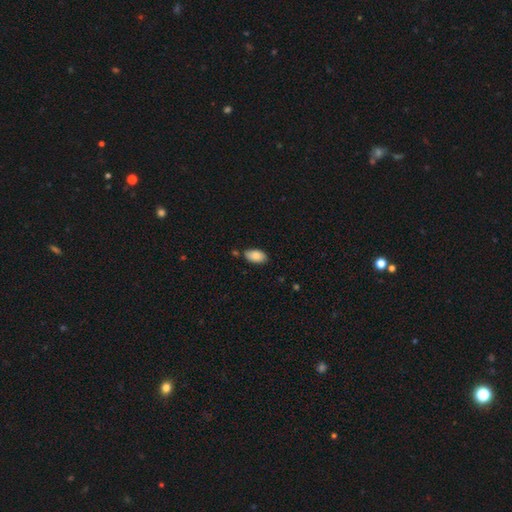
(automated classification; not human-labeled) Q: Smooth or featured?
A: smooth (85%); runner-up: featured or disk (8%)
Q: How rounded?
A: in between (95%); runner-up: round (3%)
Q: Merging?
A: none (78%); runner-up: minor disturbance (14%)